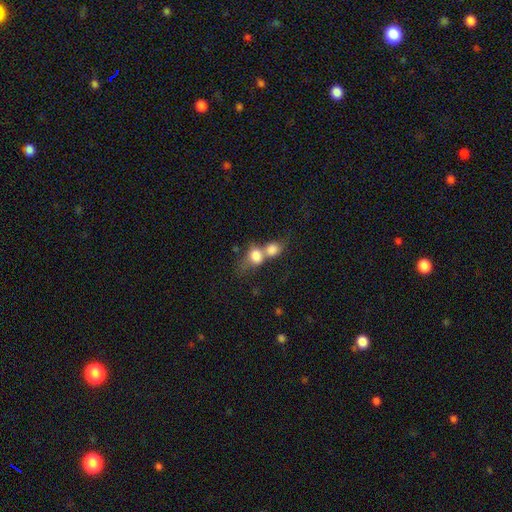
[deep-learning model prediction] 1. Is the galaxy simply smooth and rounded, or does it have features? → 77% smooth, 14% featured or disk, 9% star or artifact.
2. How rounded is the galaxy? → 49% in between (tied), 49% round (tied), 2% cigar-shaped.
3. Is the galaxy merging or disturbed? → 76% merger, 13% none, 6% major disturbance, 5% minor disturbance.